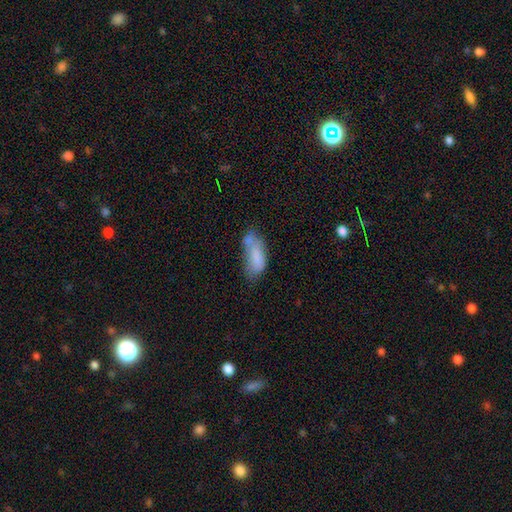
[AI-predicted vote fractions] A smooth galaxy with no disk features (73%) that is in between round and cigar-shaped (81%).

Vote fractions:
- Smooth or featured? smooth: 73% / featured or disk: 18% / star or artifact: 9%
- How rounded? in between: 81% / cigar-shaped: 16% / round: 3%
- Merging? none: 33% / minor disturbance: 27% / merger: 25% / major disturbance: 15%